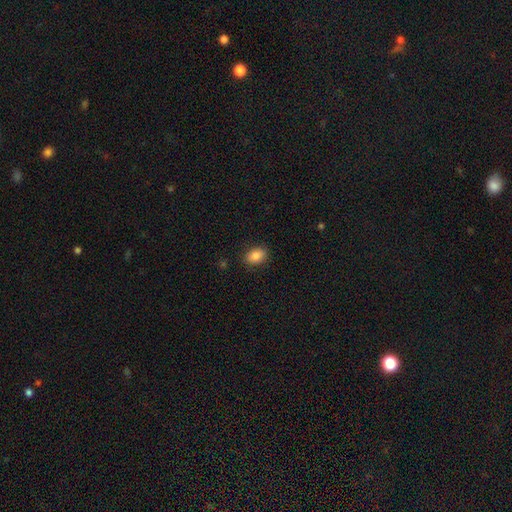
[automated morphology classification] smooth-or-featured: smooth: 85% | star or artifact: 8% | featured or disk: 7%
  how-rounded: in between: 81% | round: 18% | cigar-shaped: 1%
  merging: none: 87% | minor disturbance: 9% | major disturbance: 2% | merger: 1%